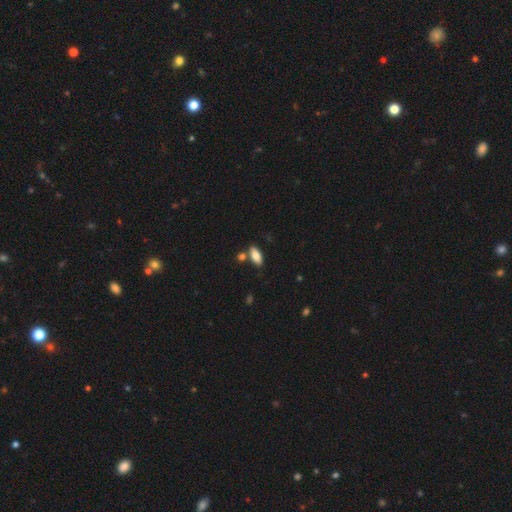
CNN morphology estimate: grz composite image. It shows a smooth galaxy with no disk features (82%) that is in between round and cigar-shaped (87%). Merging: none (73%).